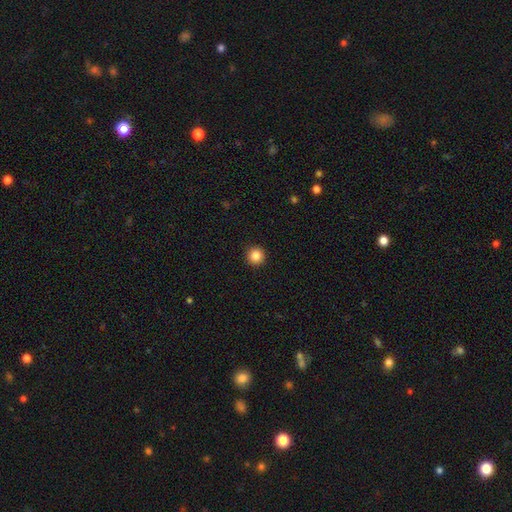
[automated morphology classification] Q: Smooth or featured?
A: smooth (85%); runner-up: star or artifact (10%)
Q: How rounded?
A: round (96%); runner-up: in between (3%)
Q: Merging?
A: none (93%); runner-up: minor disturbance (4%)